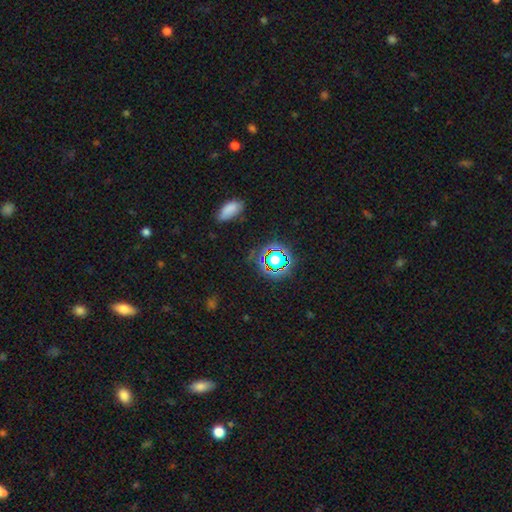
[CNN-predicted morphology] A star or artifact, not a galaxy (65%).

Vote fractions:
- Smooth or featured? star or artifact: 65% / smooth: 25% / featured or disk: 10%